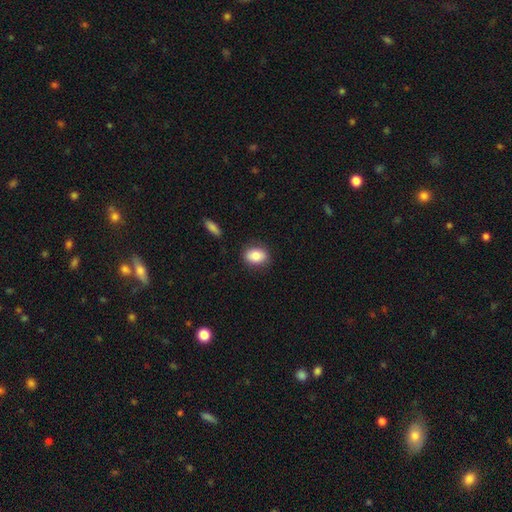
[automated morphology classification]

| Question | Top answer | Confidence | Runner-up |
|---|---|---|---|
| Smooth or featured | smooth | 84% | featured or disk (9%) |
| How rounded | in between | 71% | round (28%) |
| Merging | none | 83% | minor disturbance (12%) |